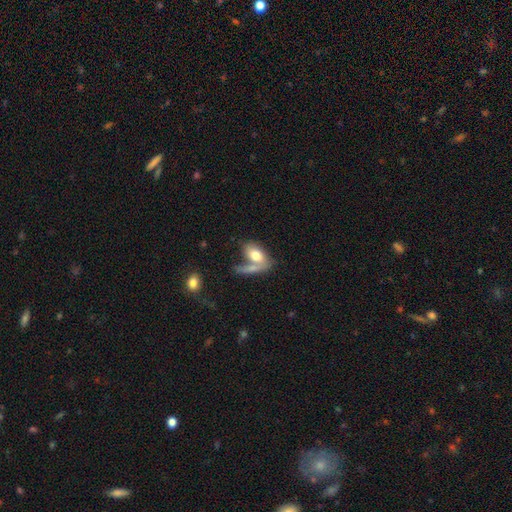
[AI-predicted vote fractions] Smooth or featured? Predicted: smooth (p=0.72). How rounded? Predicted: in between (p=0.88). Merging? Predicted: merger (p=0.45).